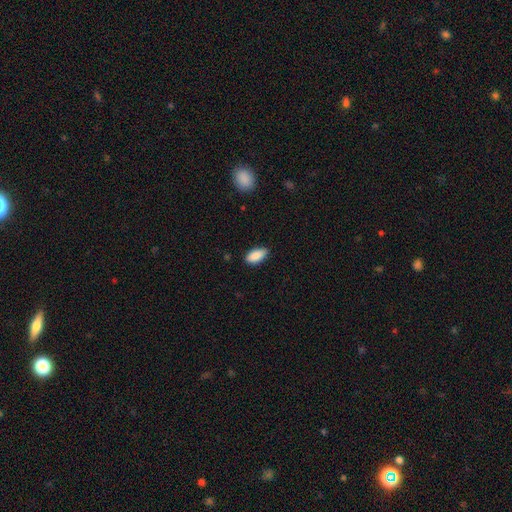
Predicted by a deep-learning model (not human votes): Q: Smooth or featured?
A: smooth (89%); runner-up: star or artifact (7%)
Q: How rounded?
A: in between (92%); runner-up: cigar-shaped (6%)
Q: Merging?
A: none (80%); runner-up: minor disturbance (17%)